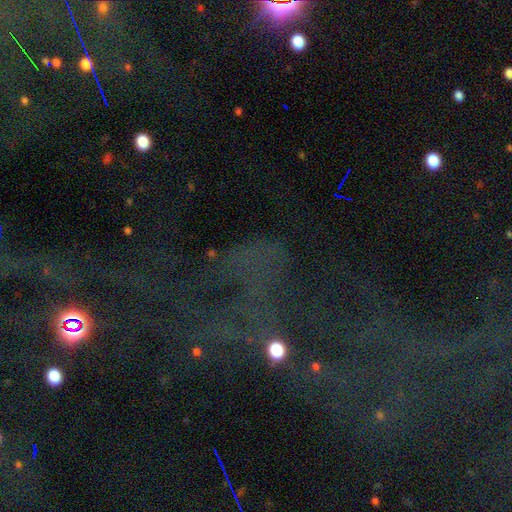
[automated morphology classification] type=star or artifact (69%).